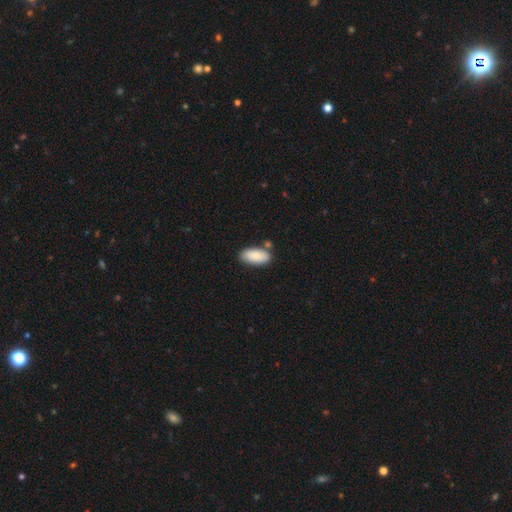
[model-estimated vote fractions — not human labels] Smooth or featured?
  - smooth: 88% *
  - featured or disk: 7%
  - star or artifact: 6%
How rounded?
  - in between: 92% *
  - cigar-shaped: 6%
  - round: 2%
Merging?
  - none: 73% *
  - minor disturbance: 15%
  - merger: 9%
  - major disturbance: 3%